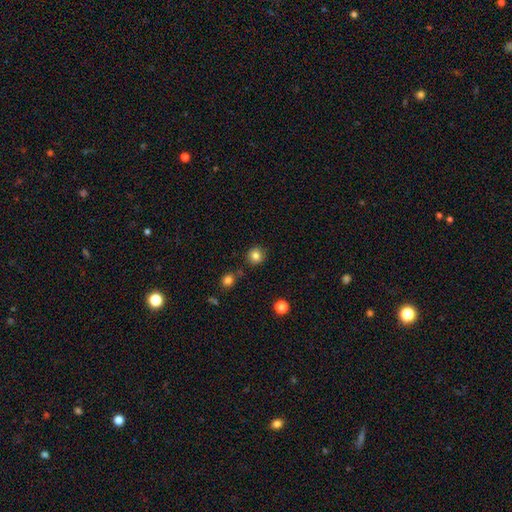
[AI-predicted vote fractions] A smooth galaxy with no disk features (82%) that is round (90%). Merging: none (83%).